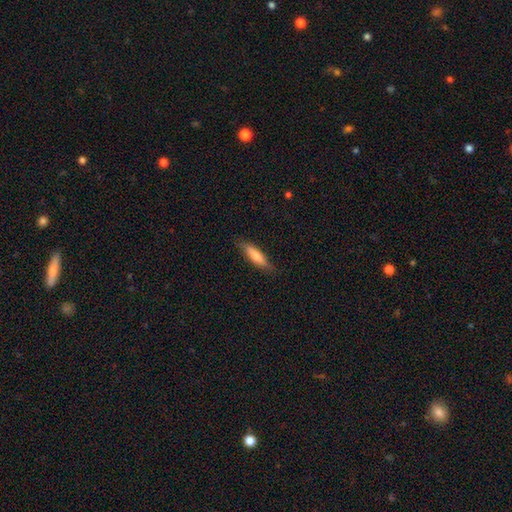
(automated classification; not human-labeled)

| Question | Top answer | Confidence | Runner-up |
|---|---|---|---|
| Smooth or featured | smooth | 71% | featured or disk (23%) |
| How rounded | cigar-shaped | 64% | in between (35%) |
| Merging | none | 81% | minor disturbance (15%) |